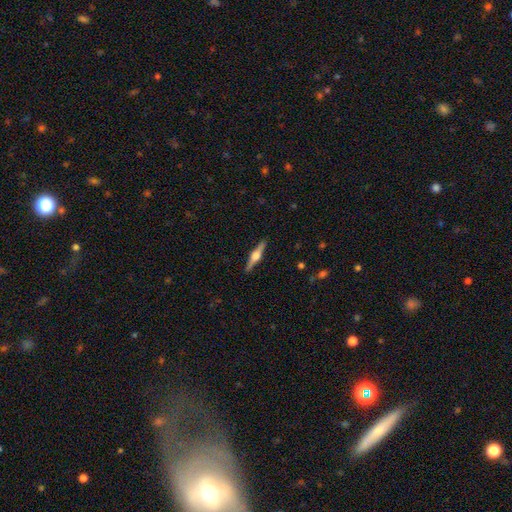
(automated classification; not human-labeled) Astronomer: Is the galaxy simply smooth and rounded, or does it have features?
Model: featured or disk — 78%.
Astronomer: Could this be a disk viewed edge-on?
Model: yes — 98%.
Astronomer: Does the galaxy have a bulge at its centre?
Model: rounded — 91%.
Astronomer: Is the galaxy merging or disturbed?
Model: none — 91%.